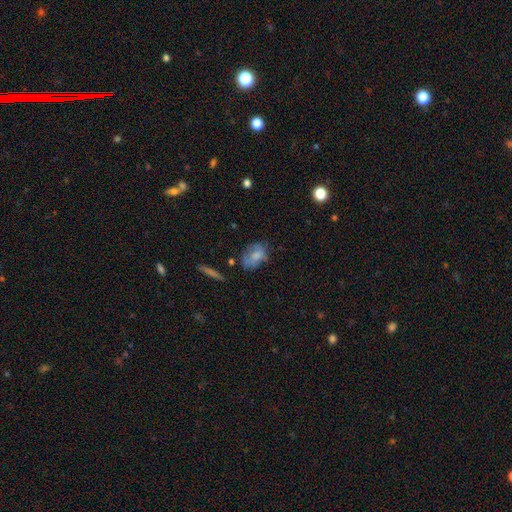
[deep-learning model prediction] smooth 67%, featured or disk 24%, star or artifact 9%. Down the decision tree: how rounded — in between (79%); merging — none (47%).